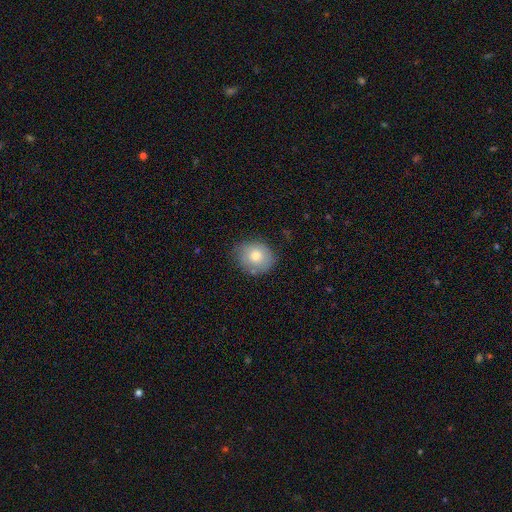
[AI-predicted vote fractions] This is likely a smooth galaxy (75%). How rounded: likely round (70%). Merging: likely none (73%).